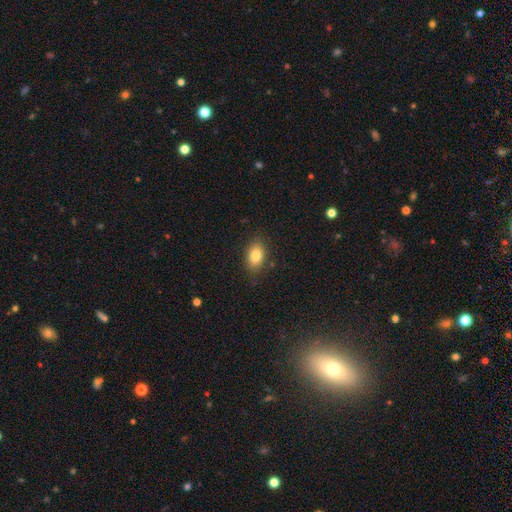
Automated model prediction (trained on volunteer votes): The model was most divided on "how rounded": in between: 85%, round: 13%, cigar-shaped: 2%. More confident: merging — none (84%); smooth or featured — smooth (82%).